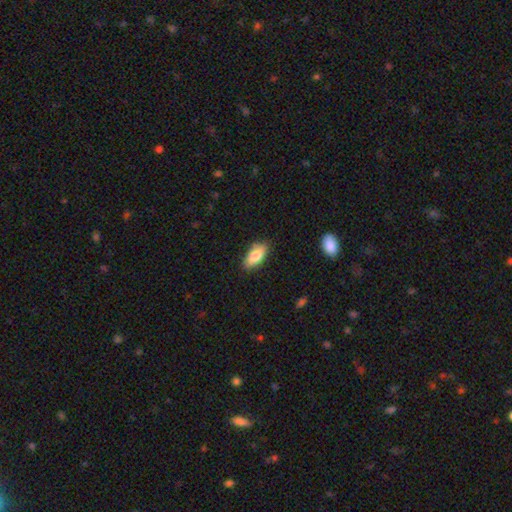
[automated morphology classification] This is clearly a smooth galaxy (81%). How rounded: clearly in between (85%). Merging: clearly none (82%).